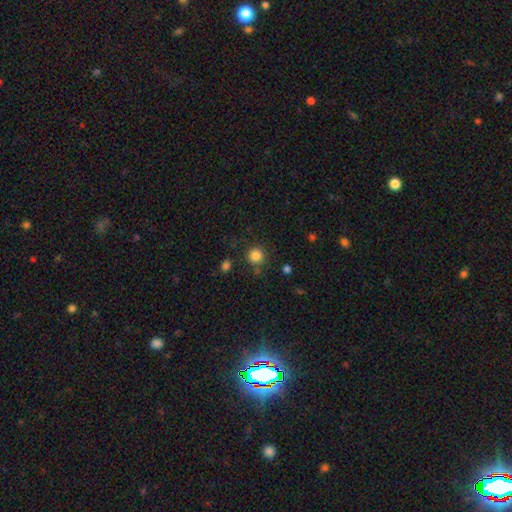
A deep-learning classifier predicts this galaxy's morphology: smooth 84%, star or artifact 12%, featured or disk 4%. Down the decision tree: how rounded — round (93%); merging — none (83%).